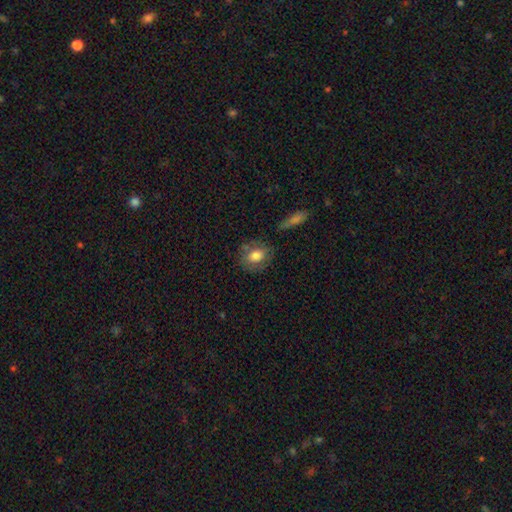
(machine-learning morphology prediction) Smooth or featured?
  - smooth: 71% *
  - featured or disk: 21%
  - star or artifact: 8%
How rounded?
  - in between: 53% *
  - round: 45%
  - cigar-shaped: 2%
Merging?
  - none: 72% *
  - minor disturbance: 17%
  - major disturbance: 6%
  - merger: 5%